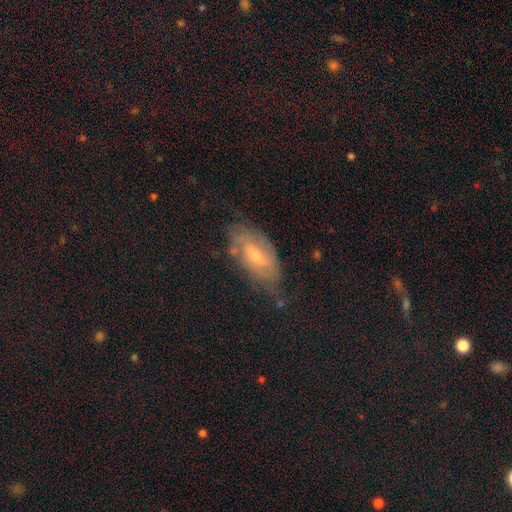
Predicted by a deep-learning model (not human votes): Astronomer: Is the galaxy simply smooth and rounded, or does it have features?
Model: featured or disk — 63%.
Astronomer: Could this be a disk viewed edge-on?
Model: no — 90%.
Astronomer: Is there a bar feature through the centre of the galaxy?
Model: weak — 52% (runner-up: no, 34%).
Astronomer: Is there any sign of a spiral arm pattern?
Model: yes — 81%.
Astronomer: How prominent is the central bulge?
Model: small — 50% (runner-up: moderate, 42%).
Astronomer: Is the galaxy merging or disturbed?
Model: none — 59%.